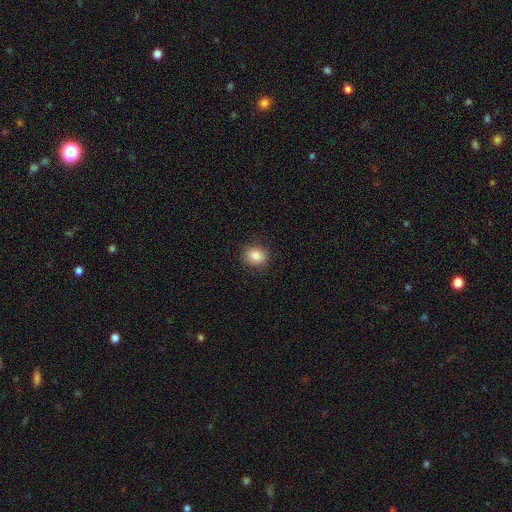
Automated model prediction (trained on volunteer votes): This is clearly a smooth galaxy (83%). How rounded: likely round (73%). Merging: clearly none (89%).